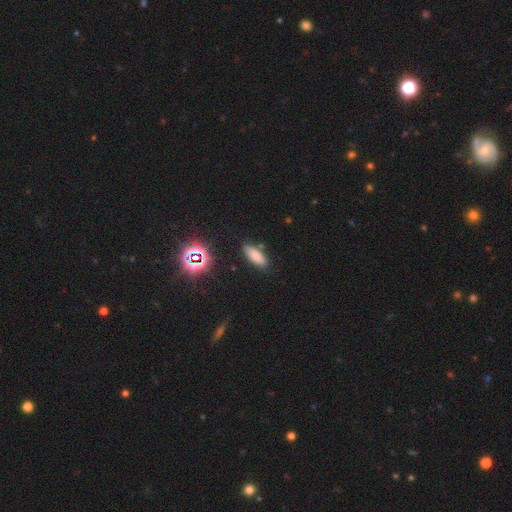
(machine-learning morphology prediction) A smooth galaxy with no disk features (74%) that is in between round and cigar-shaped (65%).

Vote fractions:
- Smooth or featured? smooth: 74% / star or artifact: 16% / featured or disk: 10%
- How rounded? in between: 65% / cigar-shaped: 32% / round: 3%
- Merging? none: 81% / minor disturbance: 13% / merger: 4% / major disturbance: 3%